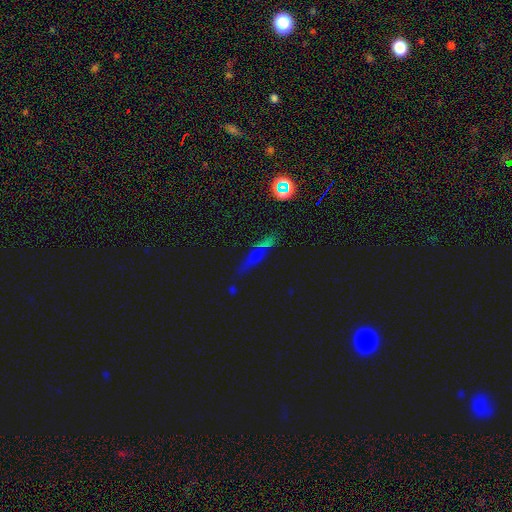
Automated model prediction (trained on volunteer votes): Smooth or featured? Predicted: star or artifact (p=0.50).